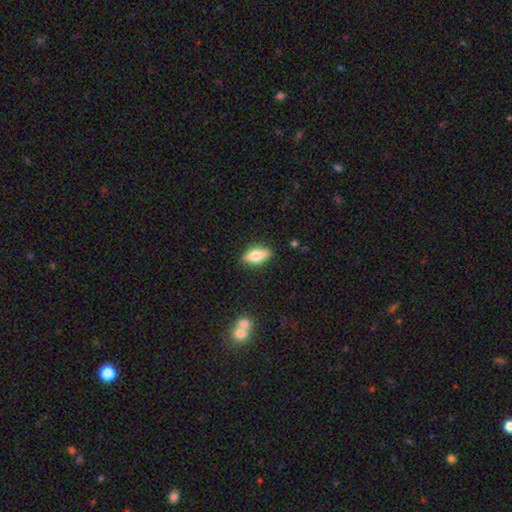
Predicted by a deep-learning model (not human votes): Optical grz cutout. It shows a smooth galaxy with no disk features (50%). Merging: none (83%).